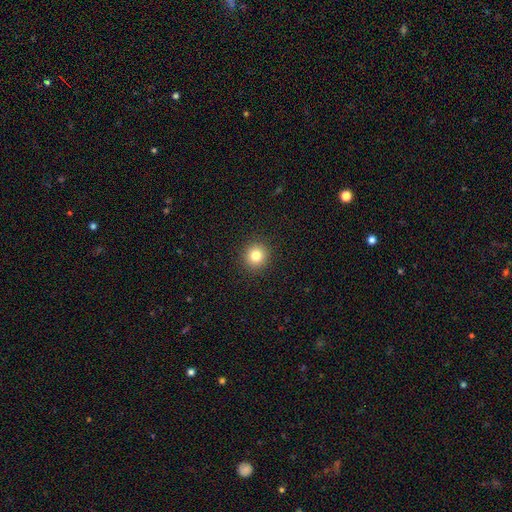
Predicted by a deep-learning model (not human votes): smooth-or-featured: smooth: 81% | star or artifact: 12% | featured or disk: 7%
  how-rounded: round: 93% | in between: 6% | cigar-shaped: 1%
  merging: none: 92% | minor disturbance: 5% | major disturbance: 2% | merger: 1%